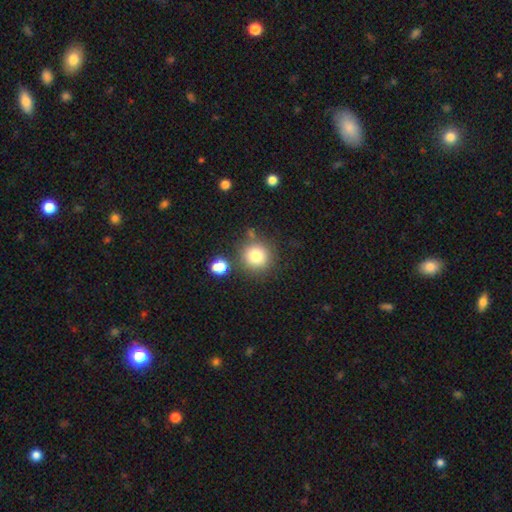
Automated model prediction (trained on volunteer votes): smooth_or_featured: smooth (p=0.80) [alt: star or artifact p=0.12]
how_rounded: round (p=0.93) [alt: in between p=0.06]
merging: none (p=0.76) [alt: minor disturbance p=0.10]